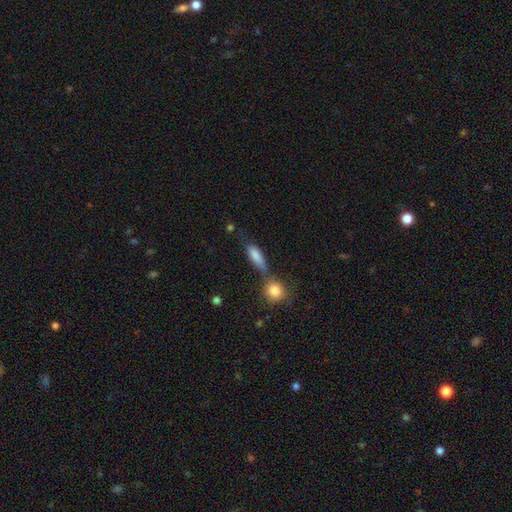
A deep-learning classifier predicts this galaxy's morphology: Smooth or featured: smooth — 80% (featured or disk — 11%)
How rounded: in between — 60% (cigar-shaped — 31%)
Merging: none — 40% (merger — 36%)